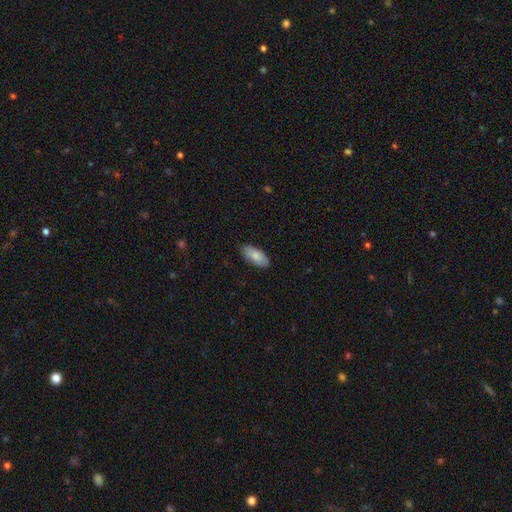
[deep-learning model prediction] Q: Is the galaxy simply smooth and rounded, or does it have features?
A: smooth — 84%.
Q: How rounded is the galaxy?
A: in between — 89%.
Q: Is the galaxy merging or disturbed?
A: none — 85%.